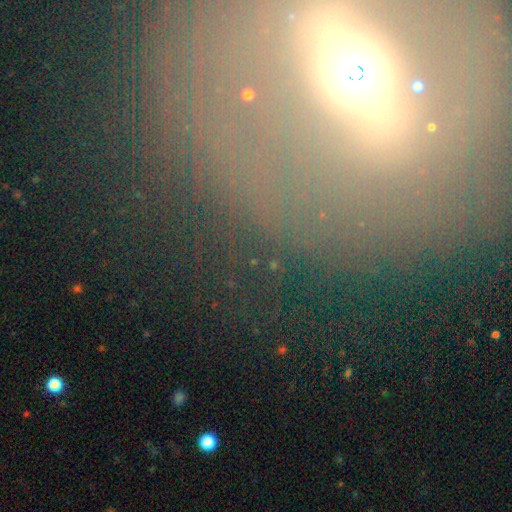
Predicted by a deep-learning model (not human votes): This appears to be a star or artifact, not a galaxy (60%).